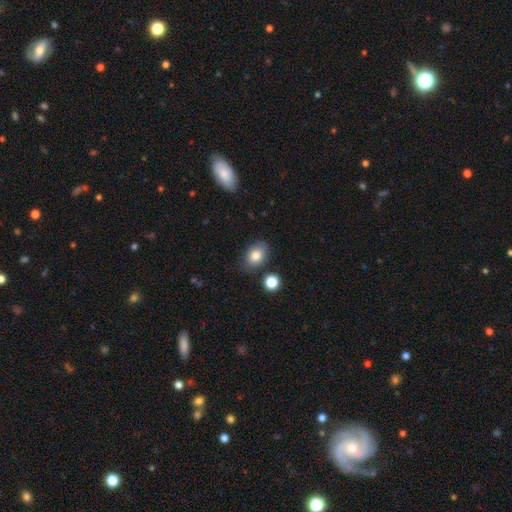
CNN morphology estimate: Smooth or featured?
  - smooth: 83% *
  - featured or disk: 9%
  - star or artifact: 8%
How rounded?
  - in between: 76% *
  - round: 23%
  - cigar-shaped: 1%
Merging?
  - none: 74% *
  - minor disturbance: 17%
  - major disturbance: 4%
  - merger: 4%